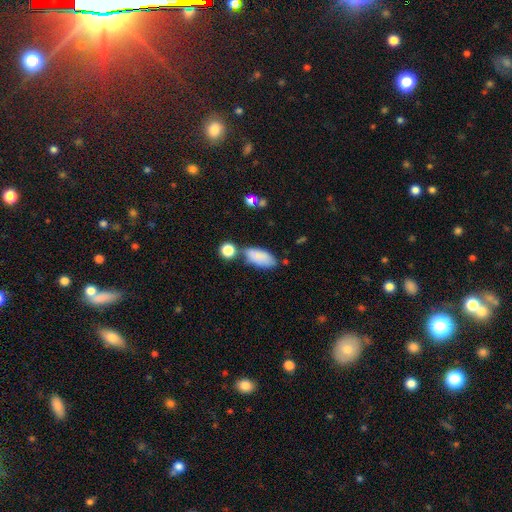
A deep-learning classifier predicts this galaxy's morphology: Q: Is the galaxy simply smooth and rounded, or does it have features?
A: smooth — 85%.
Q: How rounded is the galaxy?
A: in between — 86%.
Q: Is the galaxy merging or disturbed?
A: none — 60%.